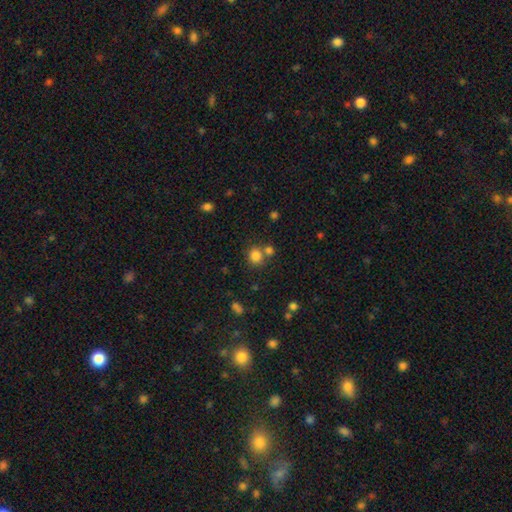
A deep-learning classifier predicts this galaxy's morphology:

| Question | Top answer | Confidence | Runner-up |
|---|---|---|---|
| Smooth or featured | smooth | 81% | star or artifact (13%) |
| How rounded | round | 83% | in between (16%) |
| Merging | none | 60% | merger (27%) |